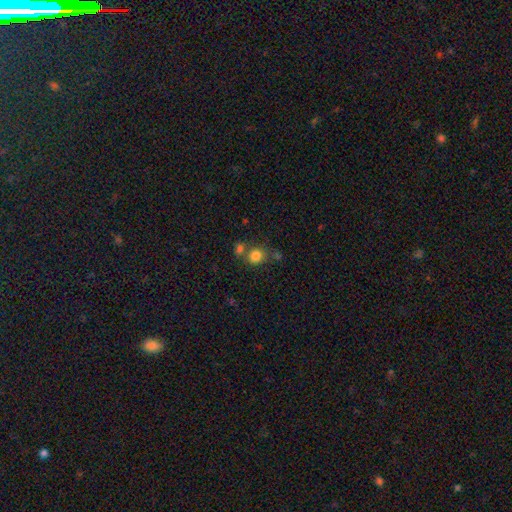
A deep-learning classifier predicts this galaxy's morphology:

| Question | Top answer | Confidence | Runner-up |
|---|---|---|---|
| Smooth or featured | smooth | 82% | star or artifact (12%) |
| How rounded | round | 72% | in between (27%) |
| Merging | none | 59% | merger (24%) |